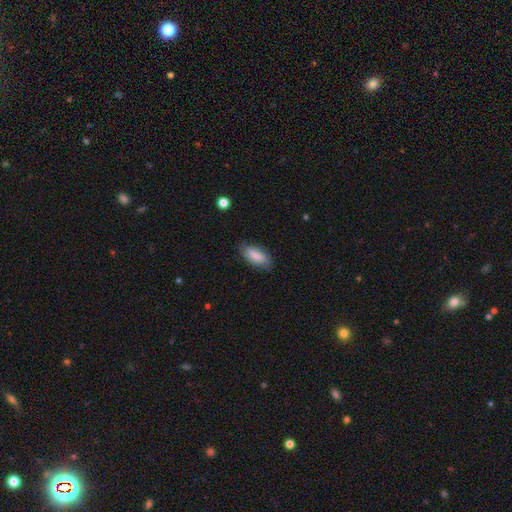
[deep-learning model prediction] The model was most divided on "merging": none: 78%, minor disturbance: 17%, major disturbance: 4%, merger: 1%. More confident: how rounded — in between (83%); smooth or featured — smooth (82%).